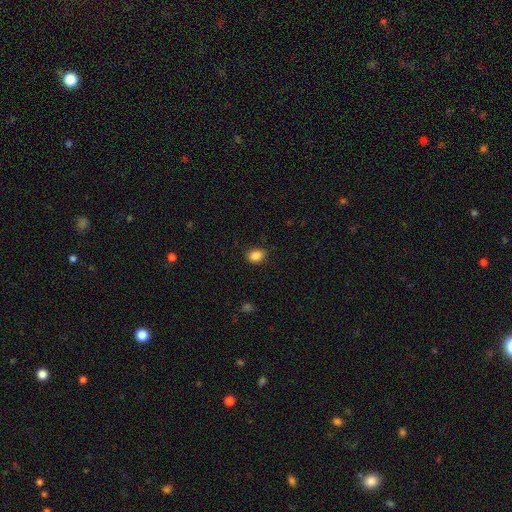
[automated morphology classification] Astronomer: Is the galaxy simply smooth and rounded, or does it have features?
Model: smooth — 86%.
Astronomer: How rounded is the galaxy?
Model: in between — 57% (runner-up: round, 42%).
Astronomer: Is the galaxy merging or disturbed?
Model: none — 81%.